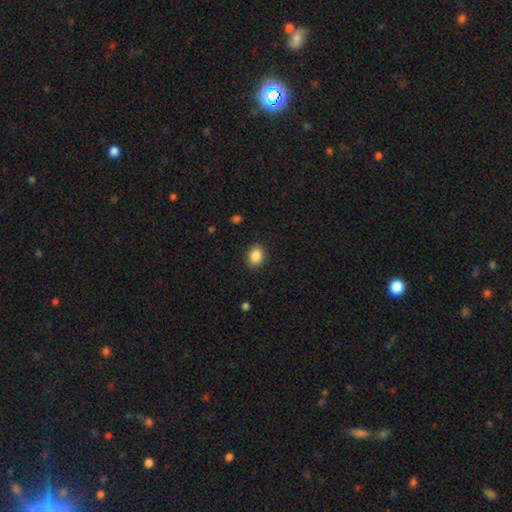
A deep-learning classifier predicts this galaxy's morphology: Smooth or featured? smooth (87%)
How rounded? round (55%)
Merging? none (89%)